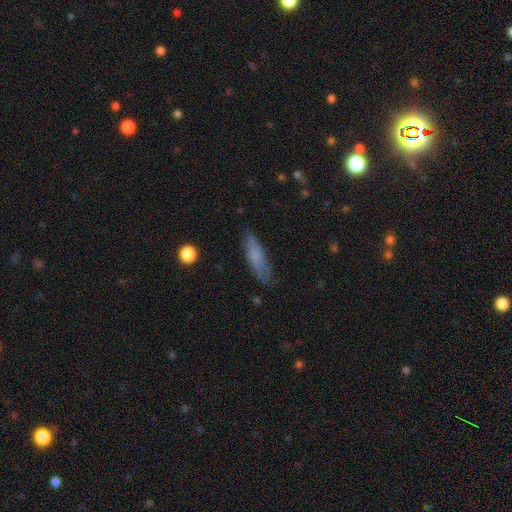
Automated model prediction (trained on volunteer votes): smooth_or_featured: smooth (p=0.70) [alt: featured or disk p=0.22]
how_rounded: cigar-shaped (p=0.63) [alt: in between p=0.35]
merging: none (p=0.77) [alt: minor disturbance p=0.18]